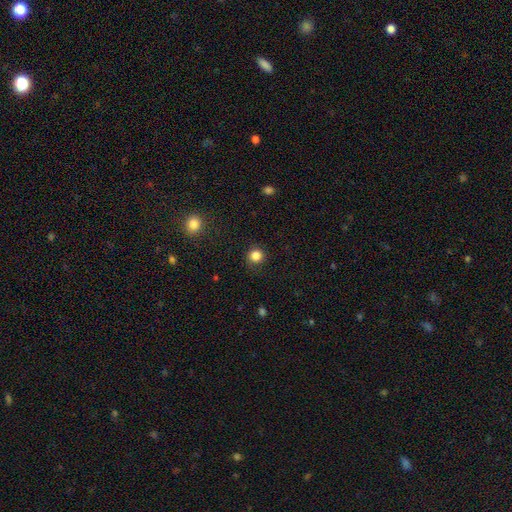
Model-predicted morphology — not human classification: This appears to be a smooth galaxy with no disk features (84%) that is round (93%). Merging: none (86%).